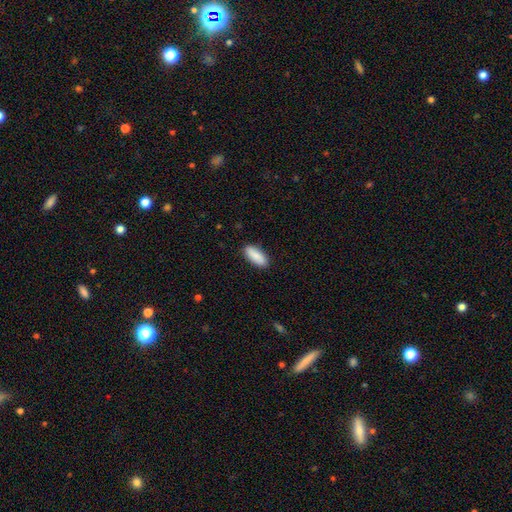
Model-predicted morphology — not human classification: This is clearly a smooth galaxy (89%). How rounded: likely in between (78%). Merging: clearly none (89%).